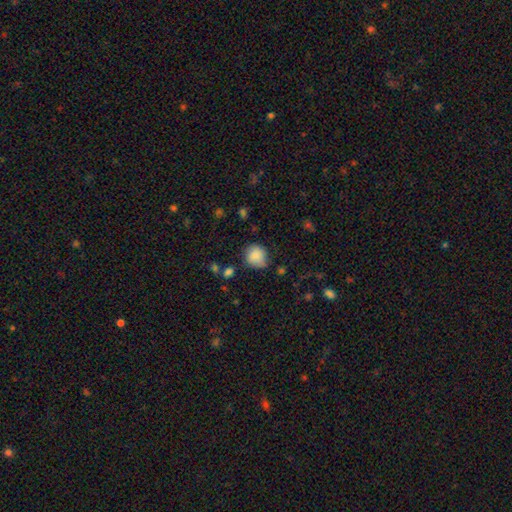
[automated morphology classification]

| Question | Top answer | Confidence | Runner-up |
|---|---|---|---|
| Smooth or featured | smooth | 84% | star or artifact (9%) |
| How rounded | round | 79% | in between (20%) |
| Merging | none | 68% | minor disturbance (24%) |